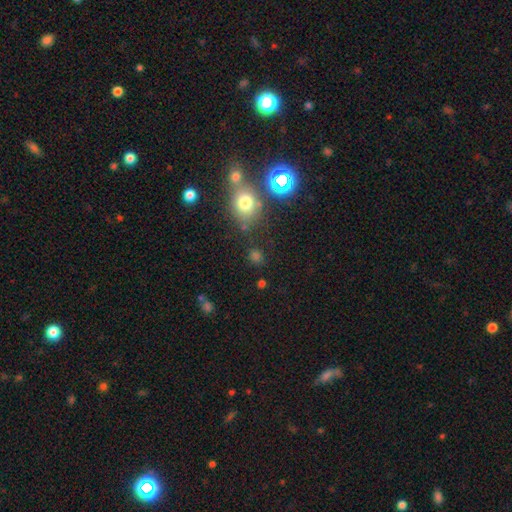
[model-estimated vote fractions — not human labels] smooth-or-featured: smooth: 60% | star or artifact: 31% | featured or disk: 8%
  how-rounded: round: 73% | in between: 26% | cigar-shaped: 2%
  merging: none: 72% | merger: 11% | minor disturbance: 11% | major disturbance: 5%